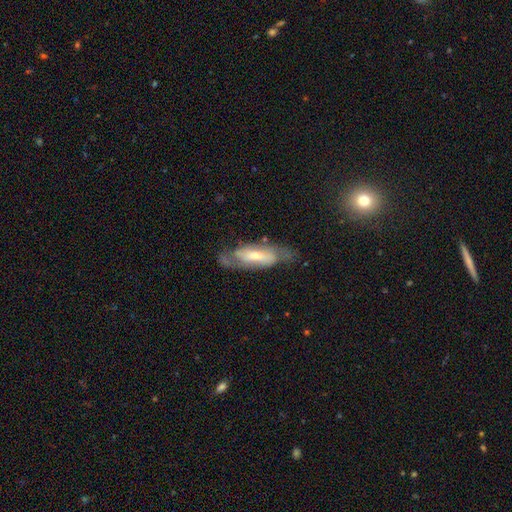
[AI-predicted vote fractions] Smooth or featured? featured or disk (68%)
Edge-on disk? no (81%)
Bar? weak (37%)
Spiral arms? yes (79%)
Bulge size? moderate (46%)
Merging? none (62%)